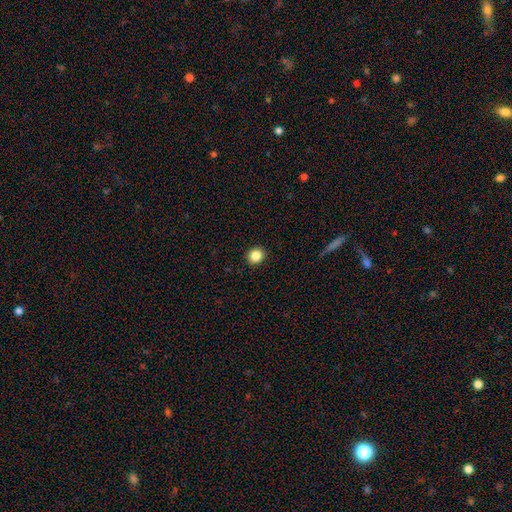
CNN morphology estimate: Smooth or featured?
  - smooth: 85% *
  - star or artifact: 11%
  - featured or disk: 4%
How rounded?
  - round: 82% *
  - in between: 17%
  - cigar-shaped: 1%
Merging?
  - none: 92% *
  - minor disturbance: 5%
  - major disturbance: 2%
  - merger: 1%